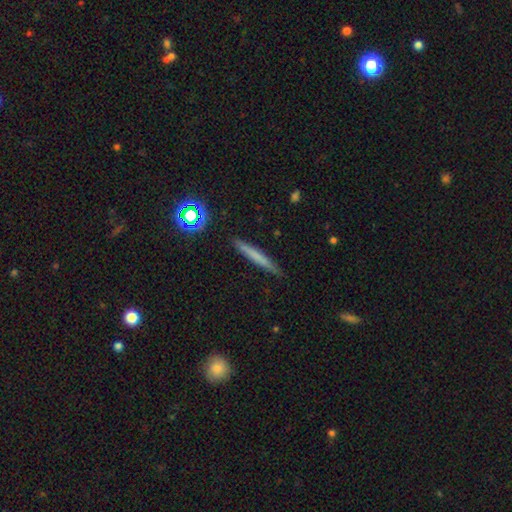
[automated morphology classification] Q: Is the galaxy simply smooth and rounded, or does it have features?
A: smooth — 64%.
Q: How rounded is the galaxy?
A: cigar-shaped — 96%.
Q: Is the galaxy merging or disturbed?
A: none — 90%.